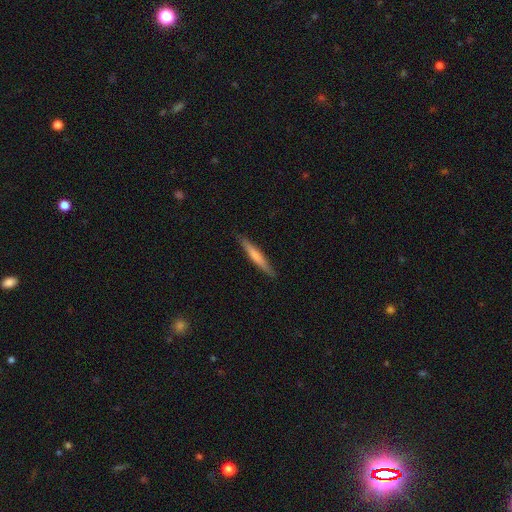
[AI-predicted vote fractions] This appears to be a smooth galaxy with no disk features (62%) that is cigar-shaped (95%). Merging: none (89%).